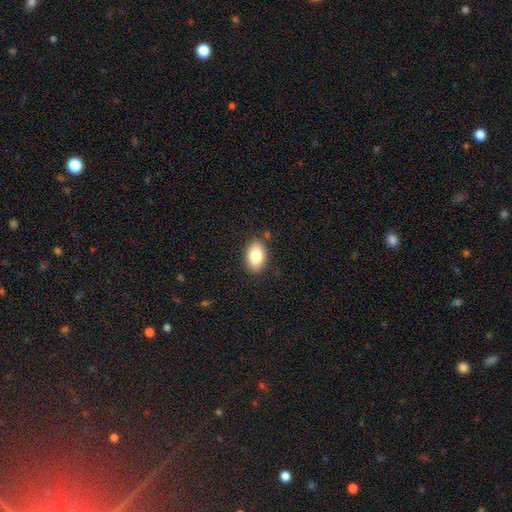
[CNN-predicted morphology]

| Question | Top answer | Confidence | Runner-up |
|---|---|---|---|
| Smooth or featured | smooth | 84% | featured or disk (9%) |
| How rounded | in between | 90% | round (9%) |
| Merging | none | 85% | minor disturbance (10%) |